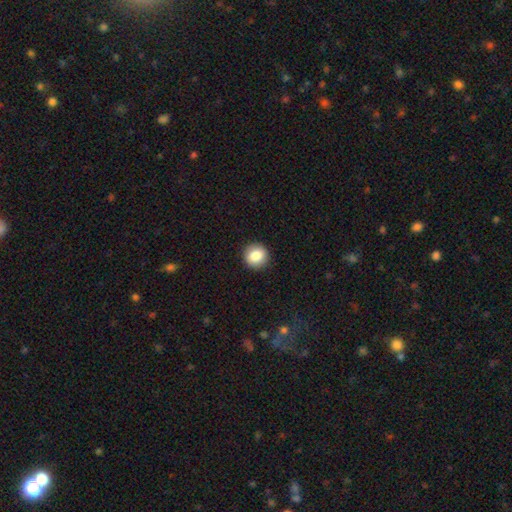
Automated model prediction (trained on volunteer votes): Overall: smooth (84%). How rounded: round (92%). Merging: none (92%).